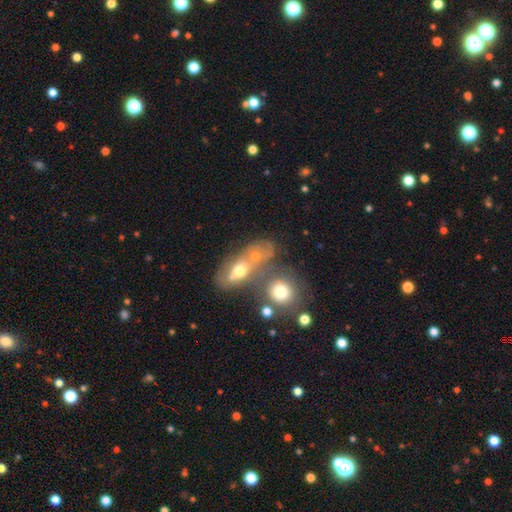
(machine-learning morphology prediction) Smooth or featured? Predicted: smooth (p=0.56). How rounded? Predicted: in between (p=0.58). Merging? Predicted: merger (p=0.55).